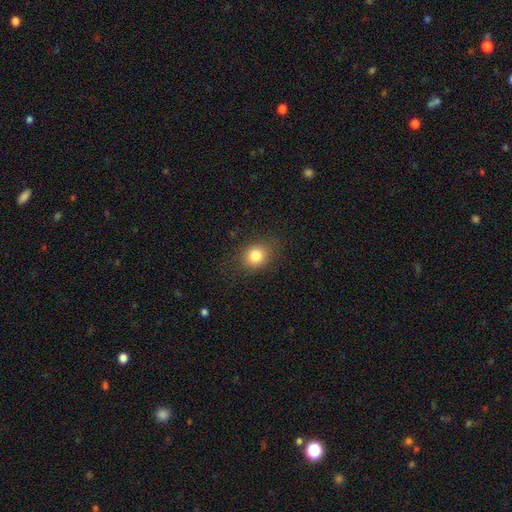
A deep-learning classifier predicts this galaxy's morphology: Smooth or featured?
  - smooth: 81% *
  - star or artifact: 11%
  - featured or disk: 8%
How rounded?
  - round: 64% *
  - in between: 35%
  - cigar-shaped: 1%
Merging?
  - none: 83% *
  - minor disturbance: 12%
  - major disturbance: 4%
  - merger: 1%